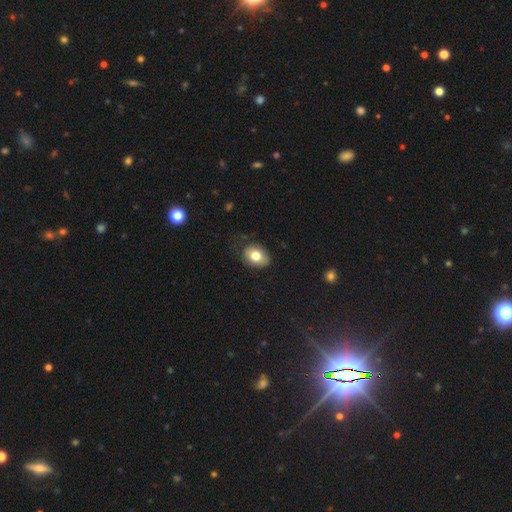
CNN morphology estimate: The model was most divided on "how rounded": in between: 69%, round: 30%, cigar-shaped: 1%. More confident: smooth or featured — smooth (77%); merging — none (72%).